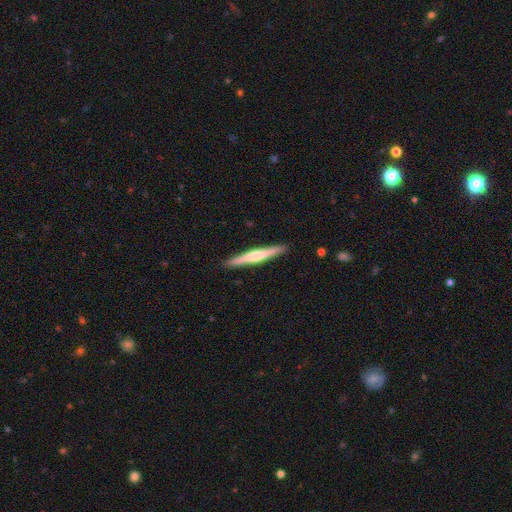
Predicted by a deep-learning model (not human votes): This is possibly a featured or disk galaxy (56%). It is clearly viewed edge-on (97%). Edge-on bulge: possibly rounded (58%). Merging: clearly none (91%).